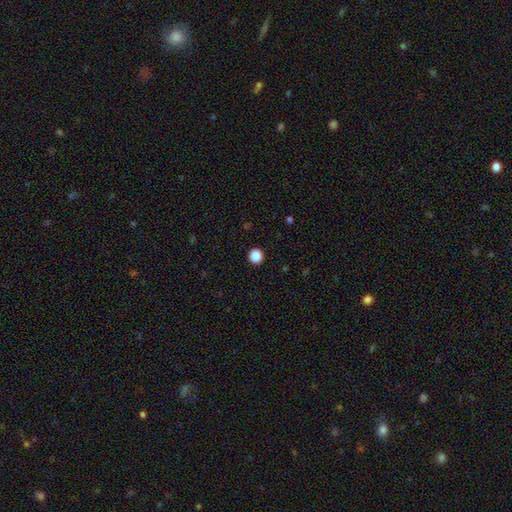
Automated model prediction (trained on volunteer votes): Morphology: type=smooth (88%); roundness=round (94%); merging=none (93%).